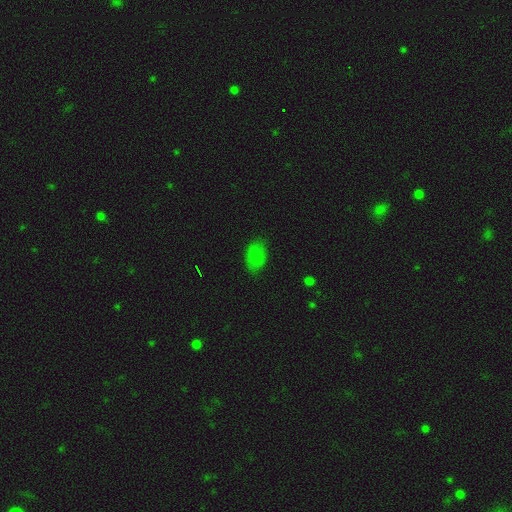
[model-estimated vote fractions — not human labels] smooth_or_featured: smooth (p=0.76) [alt: star or artifact p=0.13]
how_rounded: in between (p=0.89) [alt: round p=0.09]
merging: none (p=0.73) [alt: minor disturbance p=0.20]